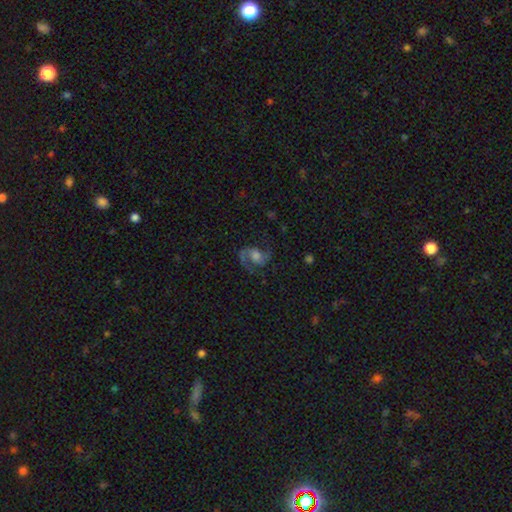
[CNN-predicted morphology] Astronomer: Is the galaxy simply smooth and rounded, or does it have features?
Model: featured or disk — 83%.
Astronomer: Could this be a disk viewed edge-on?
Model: no — 98%.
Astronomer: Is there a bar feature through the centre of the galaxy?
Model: no — 51% (runner-up: weak, 39%).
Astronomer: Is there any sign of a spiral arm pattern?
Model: yes — 96%.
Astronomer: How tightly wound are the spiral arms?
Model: medium — 54% (runner-up: loose, 32%).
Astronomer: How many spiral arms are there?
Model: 2 — 87%.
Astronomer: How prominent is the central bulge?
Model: moderate — 48%.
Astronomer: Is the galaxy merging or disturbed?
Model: none — 70%.